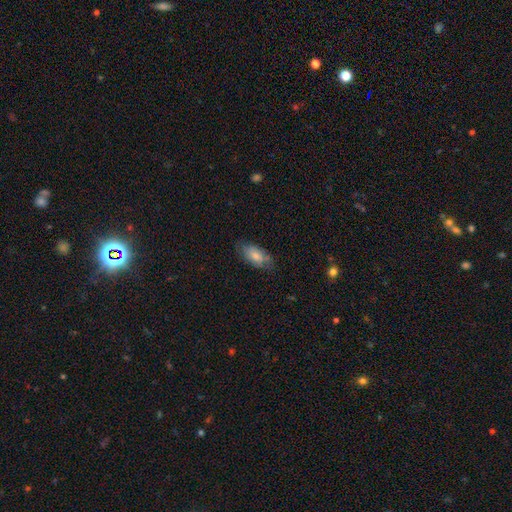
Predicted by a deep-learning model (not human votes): Morphology: type=smooth (72%); roundness=in between (91%); merging=none (69%).